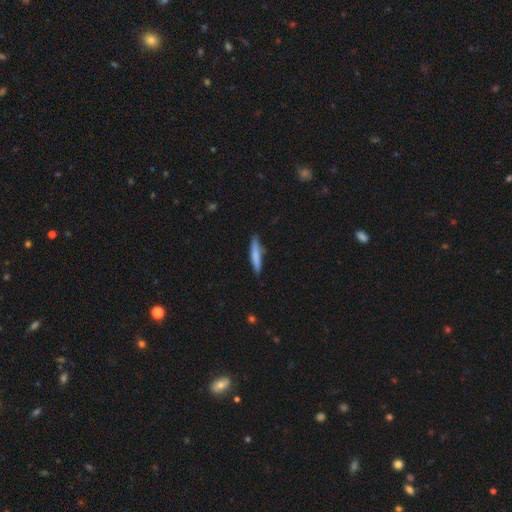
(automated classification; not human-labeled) smooth 76%, featured or disk 18%, star or artifact 6%. Down the decision tree: how rounded — cigar-shaped (90%); merging — none (80%).